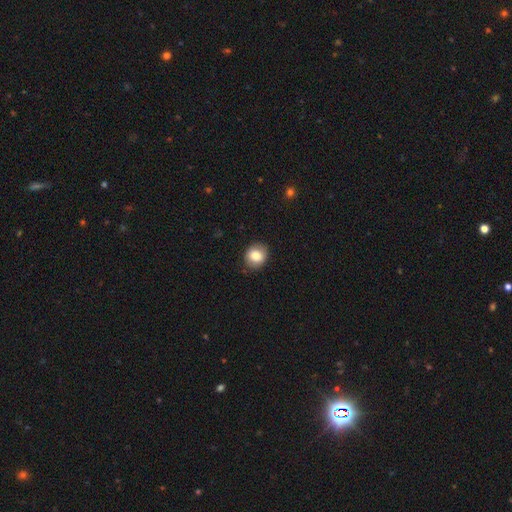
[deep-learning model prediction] smooth-or-featured: smooth: 82% | featured or disk: 10% | star or artifact: 8%
  how-rounded: round: 73% | in between: 26% | cigar-shaped: 1%
  merging: none: 85% | minor disturbance: 11% | major disturbance: 3% | merger: 1%